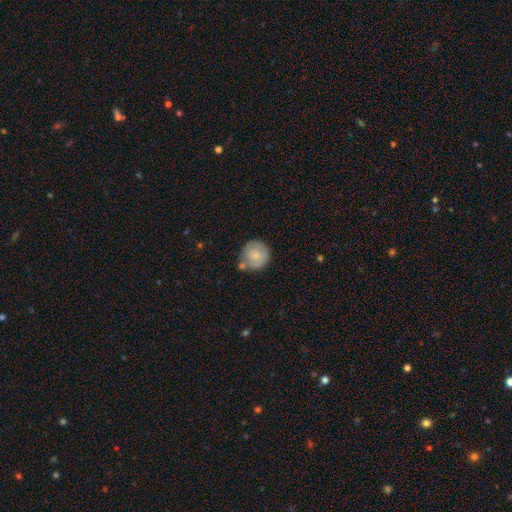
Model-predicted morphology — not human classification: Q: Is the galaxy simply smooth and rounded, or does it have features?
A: smooth — 70%.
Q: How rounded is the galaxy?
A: round — 92%.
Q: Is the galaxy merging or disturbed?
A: none — 62%.